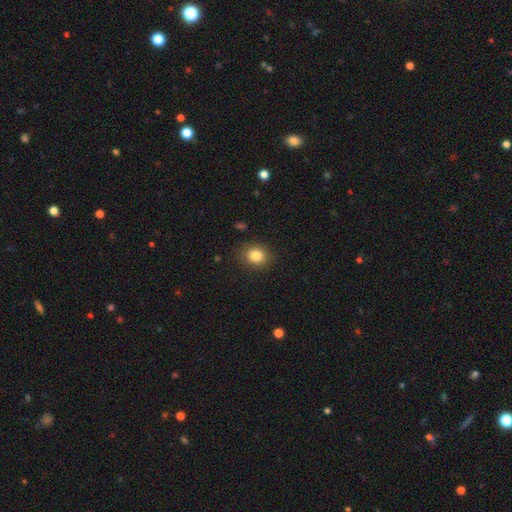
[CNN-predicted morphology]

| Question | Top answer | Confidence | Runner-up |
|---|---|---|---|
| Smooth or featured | smooth | 83% | star or artifact (10%) |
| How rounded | round | 59% | in between (40%) |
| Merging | none | 85% | minor disturbance (11%) |